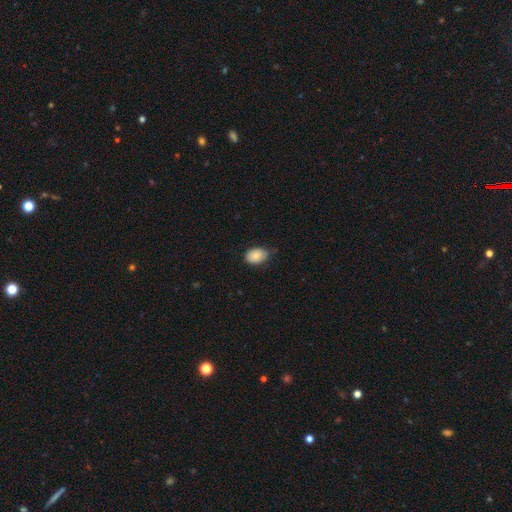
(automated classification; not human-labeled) This is clearly a smooth galaxy (85%). How rounded: likely in between (80%). Merging: likely none (66%).